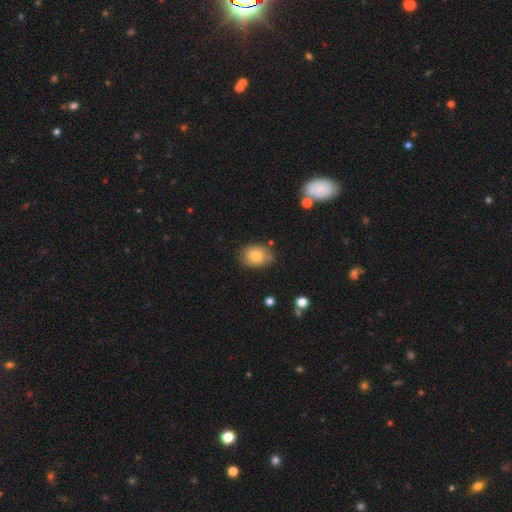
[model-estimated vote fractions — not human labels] smooth-or-featured: smooth: 78% | featured or disk: 13% | star or artifact: 9%
  how-rounded: in between: 58% | round: 41% | cigar-shaped: 1%
  merging: none: 72% | minor disturbance: 21% | major disturbance: 4% | merger: 3%